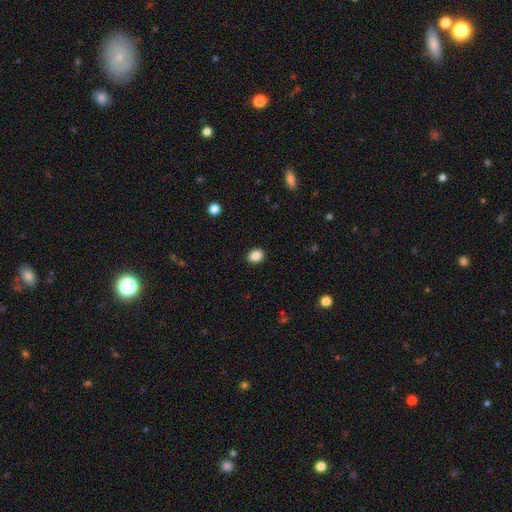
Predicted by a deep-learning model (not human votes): This appears to be a smooth galaxy with no disk features (87%) that is in between round and cigar-shaped (60%). Merging: none (90%).